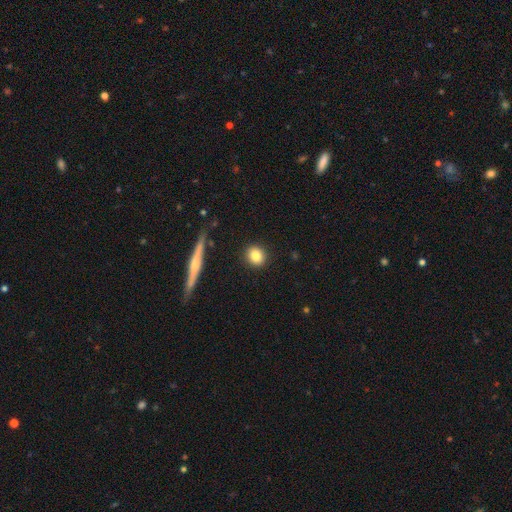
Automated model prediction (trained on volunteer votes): smooth-or-featured: smooth: 83% | star or artifact: 9% | featured or disk: 8%
  how-rounded: round: 83% | in between: 15% | cigar-shaped: 2%
  merging: none: 90% | minor disturbance: 6% | major disturbance: 2% | merger: 2%